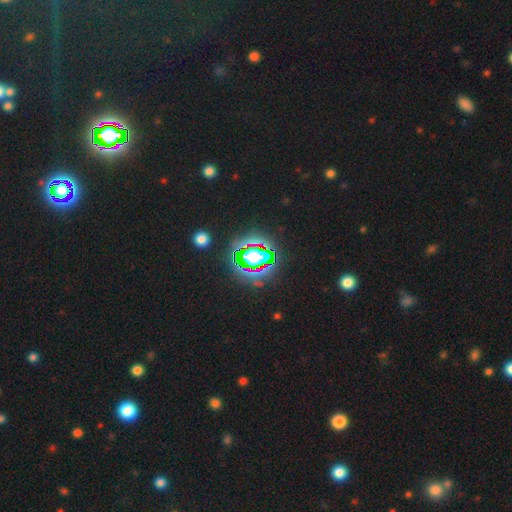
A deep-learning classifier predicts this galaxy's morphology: A star or artifact, not a galaxy (73%).

Vote fractions:
- Smooth or featured? star or artifact: 73% / smooth: 14% / featured or disk: 13%